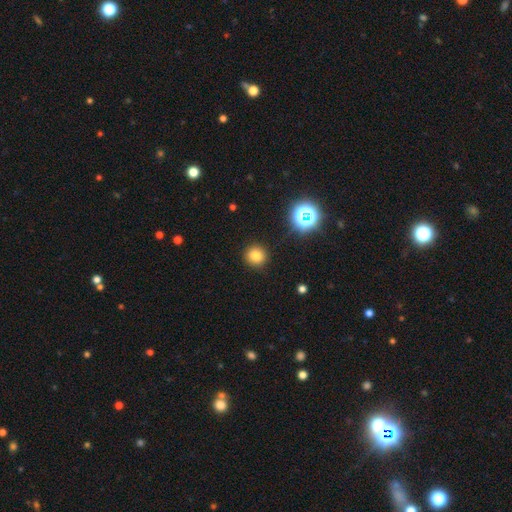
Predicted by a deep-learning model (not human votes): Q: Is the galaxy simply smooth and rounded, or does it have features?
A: smooth — 78%.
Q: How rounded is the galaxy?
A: round — 91%.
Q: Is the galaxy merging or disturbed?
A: none — 90%.